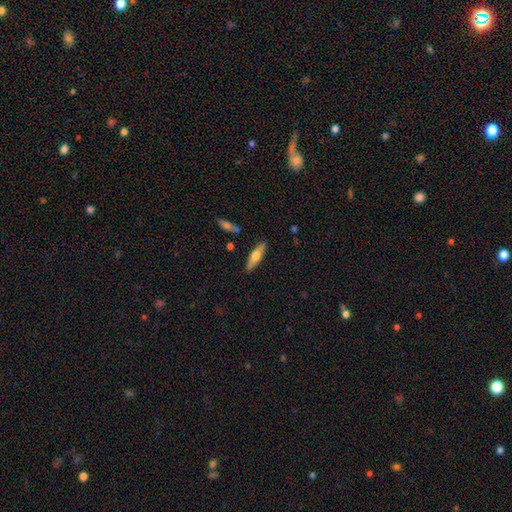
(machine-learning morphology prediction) This is possibly a smooth galaxy (53%). How rounded: likely cigar-shaped (66%). Merging: clearly none (87%).